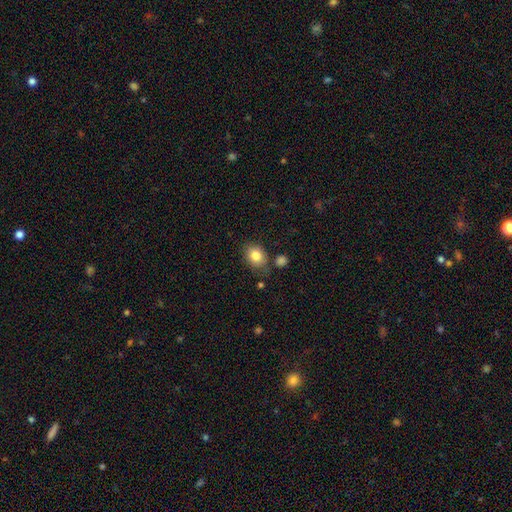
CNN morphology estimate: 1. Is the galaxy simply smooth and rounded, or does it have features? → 84% smooth, 9% star or artifact, 8% featured or disk.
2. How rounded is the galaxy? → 59% in between, 40% round, 1% cigar-shaped.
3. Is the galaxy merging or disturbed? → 72% none, 17% minor disturbance, 7% merger, 4% major disturbance.